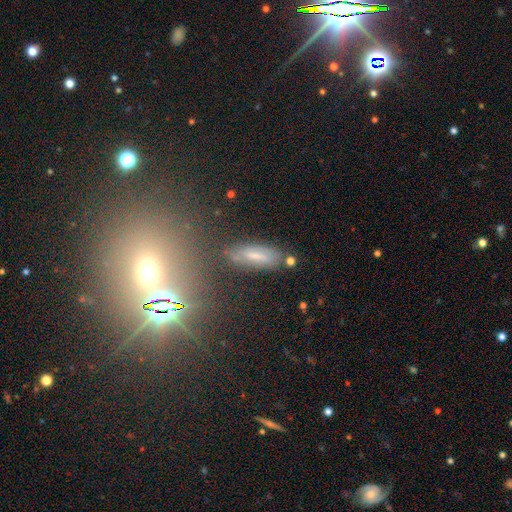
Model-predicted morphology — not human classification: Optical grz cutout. It shows a smooth galaxy with no disk features (49%). Merging: none (74%).